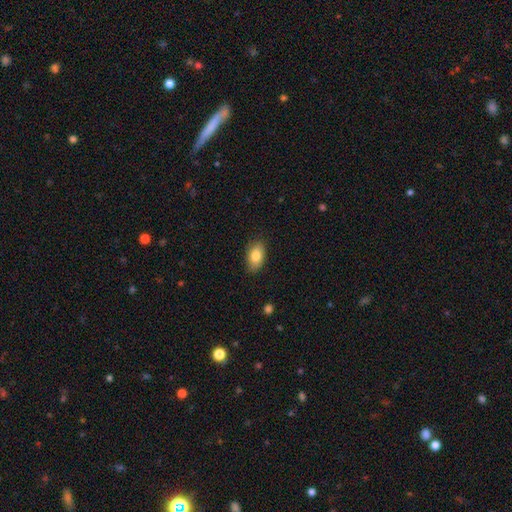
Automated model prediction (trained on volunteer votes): Morphology: type=smooth (83%); roundness=in between (91%); merging=none (85%).